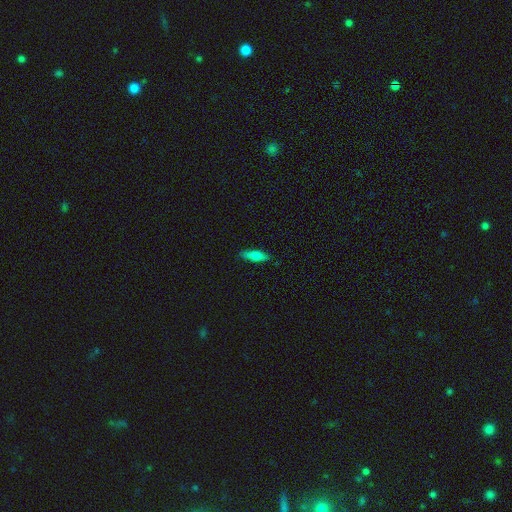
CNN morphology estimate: This is likely a smooth galaxy (67%). How rounded: possibly cigar-shaped (54%). Merging: clearly none (88%).